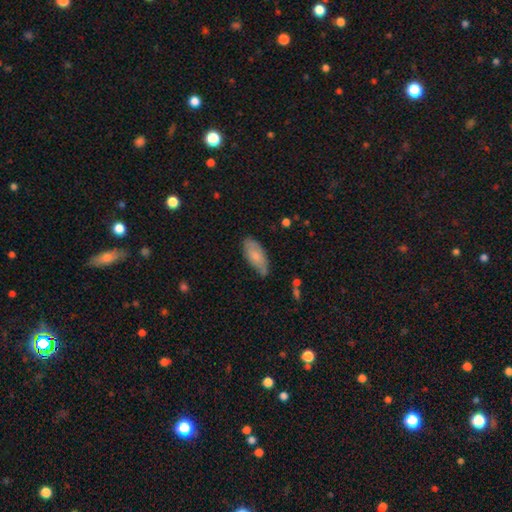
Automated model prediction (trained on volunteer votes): This is likely a smooth galaxy (75%). How rounded: clearly in between (87%). Merging: likely none (65%).